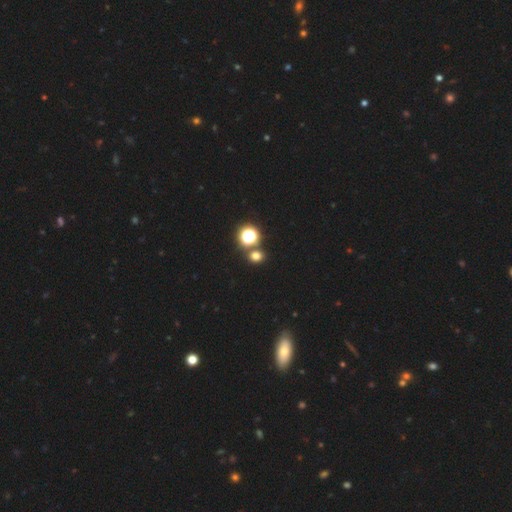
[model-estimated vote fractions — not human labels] smooth_or_featured: smooth (p=0.66) [alt: star or artifact p=0.28]
how_rounded: round (p=0.68) [alt: in between p=0.31]
merging: none (p=0.76) [alt: merger p=0.14]